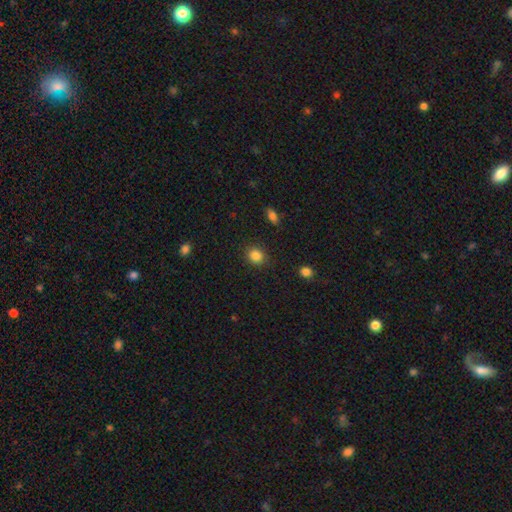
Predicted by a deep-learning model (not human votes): Q: Smooth or featured?
A: smooth (85%); runner-up: star or artifact (10%)
Q: How rounded?
A: round (70%); runner-up: in between (29%)
Q: Merging?
A: none (88%); runner-up: minor disturbance (8%)